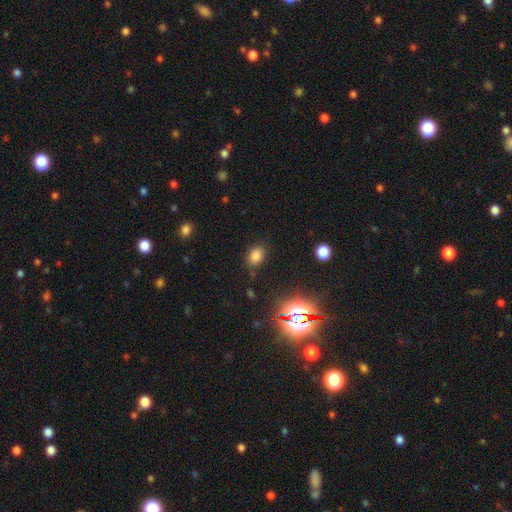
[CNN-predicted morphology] Smooth or featured? smooth (76%)
How rounded? in between (67%)
Merging? none (81%)